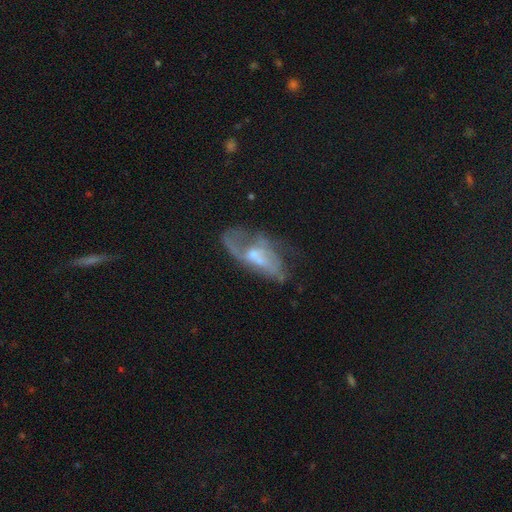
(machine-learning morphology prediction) type=featured or disk (68%); edge-on=no (92%); bar=no (69%); spiral arms=yes (54%); bulge=small (61%); merging=major disturbance (33%).